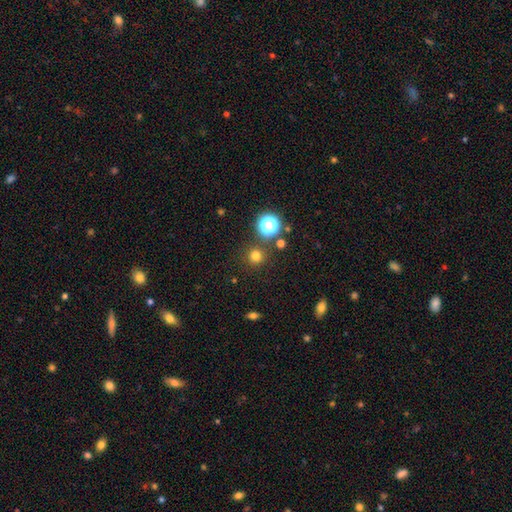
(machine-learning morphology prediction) Q: Smooth or featured?
A: smooth (74%); runner-up: star or artifact (20%)
Q: How rounded?
A: round (95%); runner-up: in between (4%)
Q: Merging?
A: none (88%); runner-up: minor disturbance (6%)